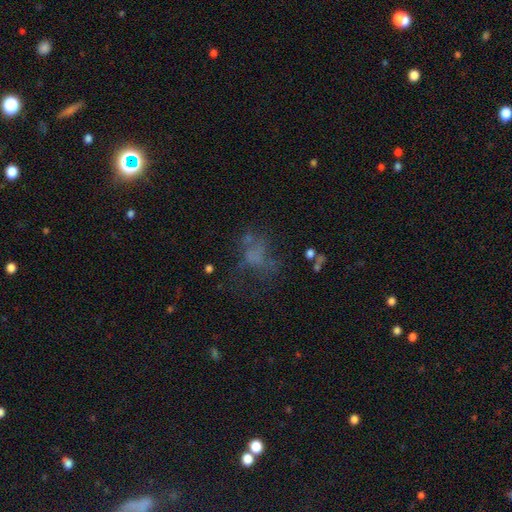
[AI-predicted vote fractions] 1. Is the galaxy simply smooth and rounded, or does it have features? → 37% smooth (tied), 37% featured or disk (tied), 26% star or artifact.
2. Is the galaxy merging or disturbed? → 39% none, 37% major disturbance, 18% minor disturbance, 7% merger.